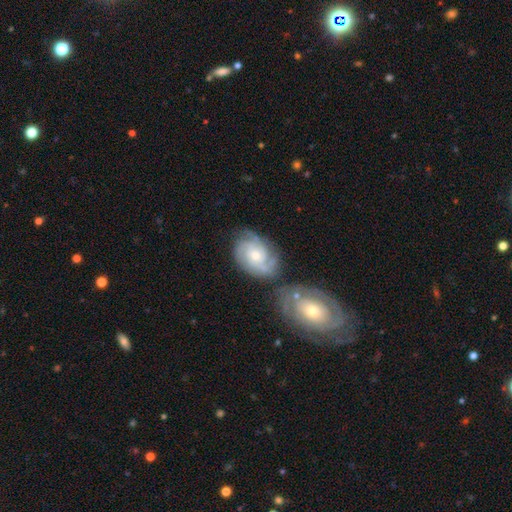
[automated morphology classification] smooth-or-featured: featured or disk: 81% | smooth: 13% | star or artifact: 6%
  disk-edge-on: no: 97% | yes: 3%
    bar: no: 72% | weak: 24% | strong: 4%
    has-spiral-arms: yes: 96% | no: 4%
      spiral-winding: tight: 61% | medium: 32% | loose: 7%
      spiral-arm-count: 3: 39% | can't tell: 20% | 4: 18% | 2: 13% | more than 4: 5% | 1: 5%
    bulge-size: moderate: 49% | small: 45% | large: 3% | none: 2% | dominant: 1%
  merging: none: 61% | minor disturbance: 18% | merger: 14% | major disturbance: 7%